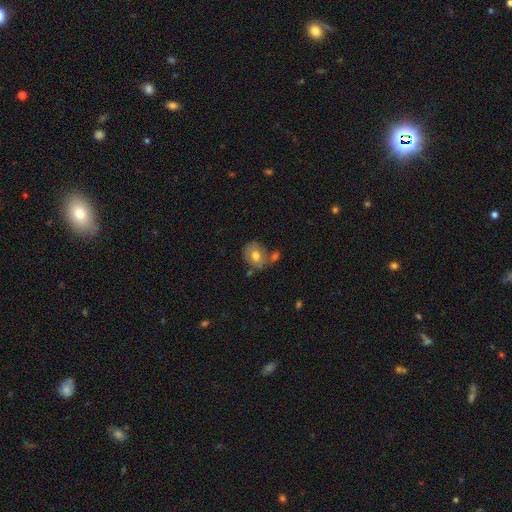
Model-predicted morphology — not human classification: smooth_or_featured: smooth (p=0.67) [alt: featured or disk p=0.24]
how_rounded: round (p=0.64) [alt: in between p=0.35]
merging: none (p=0.57) [alt: merger p=0.21]